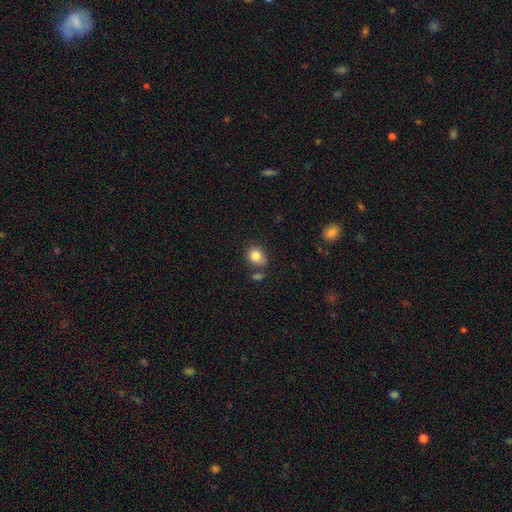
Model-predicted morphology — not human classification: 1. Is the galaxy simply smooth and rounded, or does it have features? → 84% smooth, 9% star or artifact, 7% featured or disk.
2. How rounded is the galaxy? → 63% round, 36% in between, 1% cigar-shaped.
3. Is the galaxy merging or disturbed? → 66% none, 18% minor disturbance, 11% merger, 5% major disturbance.